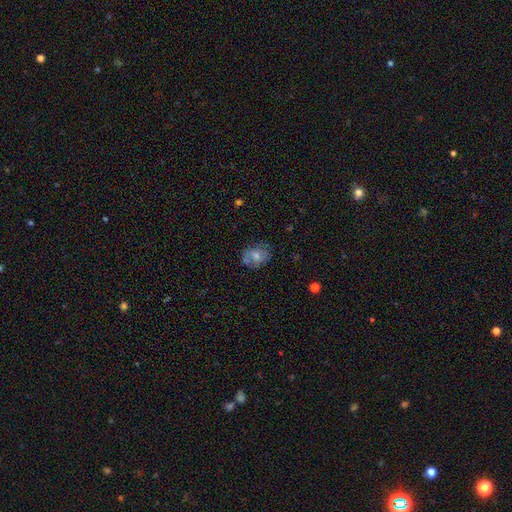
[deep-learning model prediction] A smooth galaxy with no disk features (63%) that is in between round and cigar-shaped (56%). Merging: none (59%).